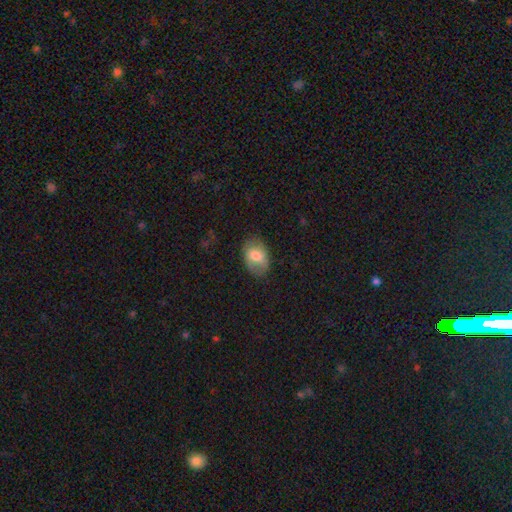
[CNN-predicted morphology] This appears to be a smooth galaxy with no disk features (66%) that is in between round and cigar-shaped (85%). Merging: none (75%).